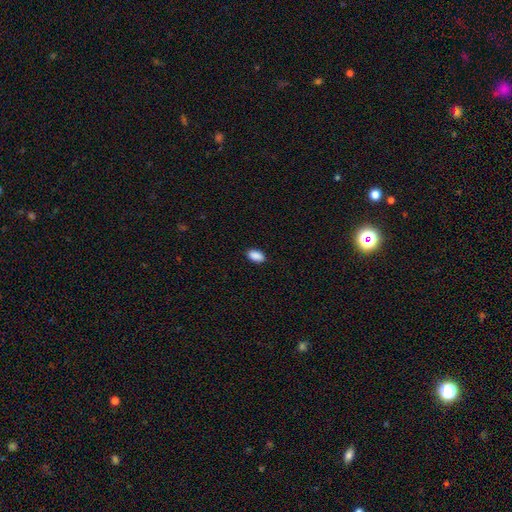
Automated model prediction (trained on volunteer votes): smooth_or_featured: smooth (p=0.90) [alt: star or artifact p=0.07]
how_rounded: in between (p=0.92) [alt: round p=0.05]
merging: none (p=0.89) [alt: minor disturbance p=0.08]